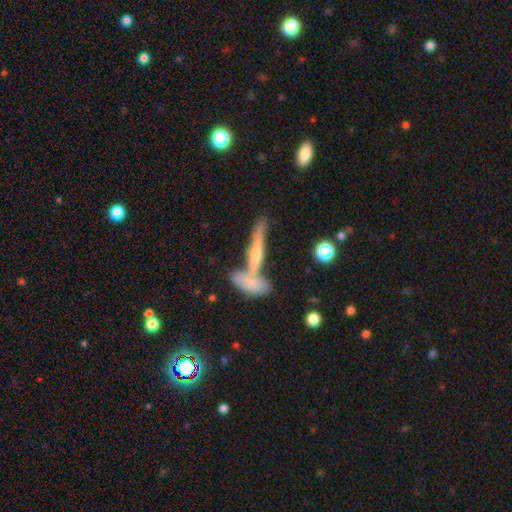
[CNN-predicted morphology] A featured or disk galaxy (50%) viewed edge-on (90%). Merging: none (54%).